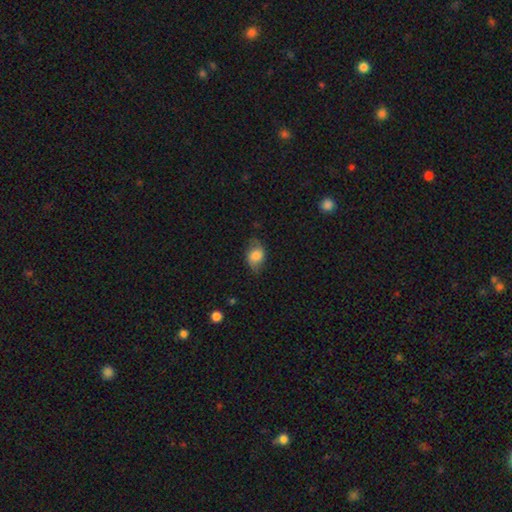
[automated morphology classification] Q: Smooth or featured?
A: smooth (68%); runner-up: featured or disk (23%)
Q: How rounded?
A: in between (67%); runner-up: round (31%)
Q: Merging?
A: none (62%); runner-up: minor disturbance (27%)